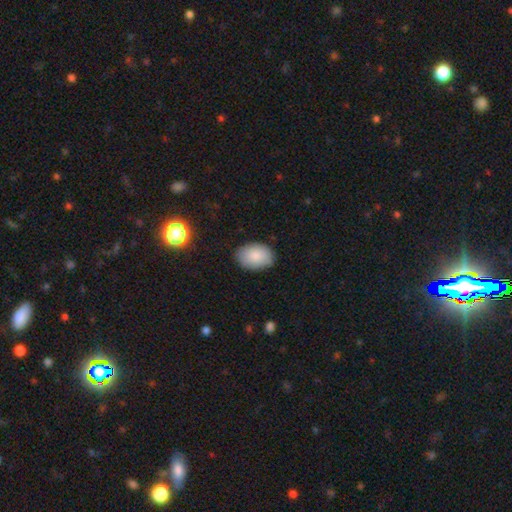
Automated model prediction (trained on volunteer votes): Q: Smooth or featured?
A: smooth (85%); runner-up: featured or disk (8%)
Q: How rounded?
A: in between (87%); runner-up: round (12%)
Q: Merging?
A: none (85%); runner-up: minor disturbance (11%)